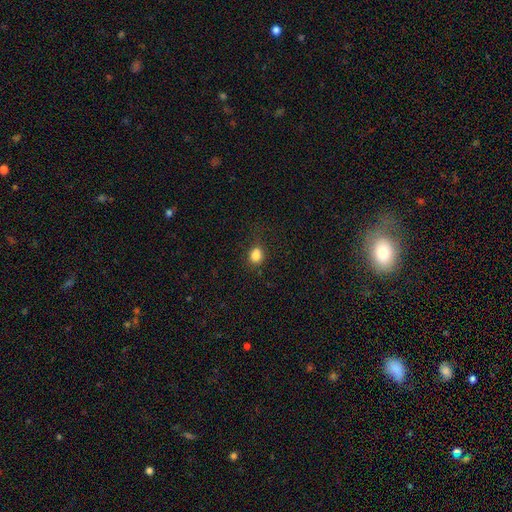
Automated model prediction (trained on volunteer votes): A smooth galaxy with no disk features (83%) that is round (51%).

Vote fractions:
- Smooth or featured? smooth: 83% / star or artifact: 12% / featured or disk: 5%
- How rounded? round: 51% / in between: 47% / cigar-shaped: 1%
- Merging? none: 69% / minor disturbance: 19% / major disturbance: 7% / merger: 5%